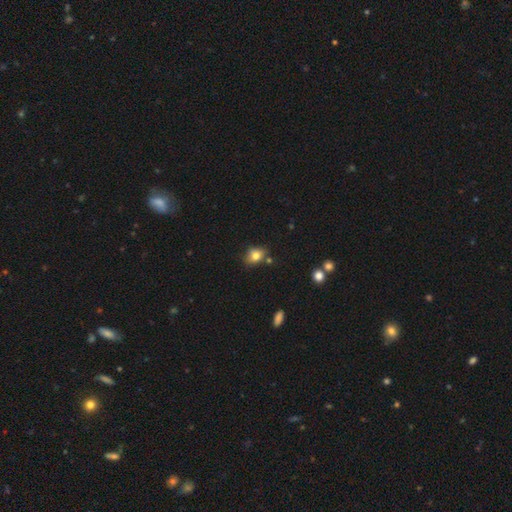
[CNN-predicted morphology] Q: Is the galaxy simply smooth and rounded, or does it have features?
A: smooth — 78%.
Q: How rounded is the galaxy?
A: in between — 55%.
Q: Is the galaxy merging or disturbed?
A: none — 67%.